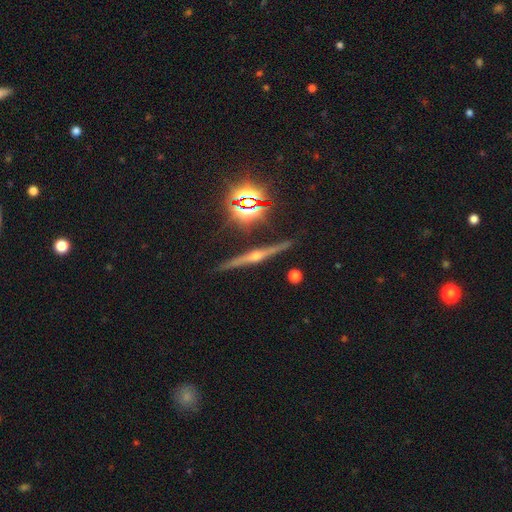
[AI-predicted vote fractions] This appears to be a featured or disk galaxy (76%) viewed edge-on (98%) with a rounded central bulge (91%). Merging: none (90%).